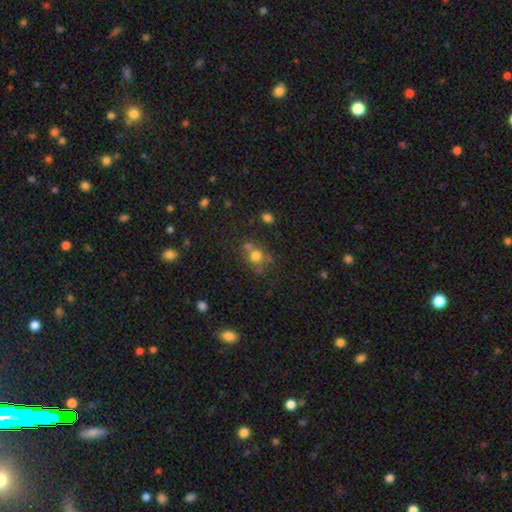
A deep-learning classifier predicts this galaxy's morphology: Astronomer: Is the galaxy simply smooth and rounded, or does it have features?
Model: smooth — 70%.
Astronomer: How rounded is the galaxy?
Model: round — 82%.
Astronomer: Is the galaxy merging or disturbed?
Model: none — 54%.